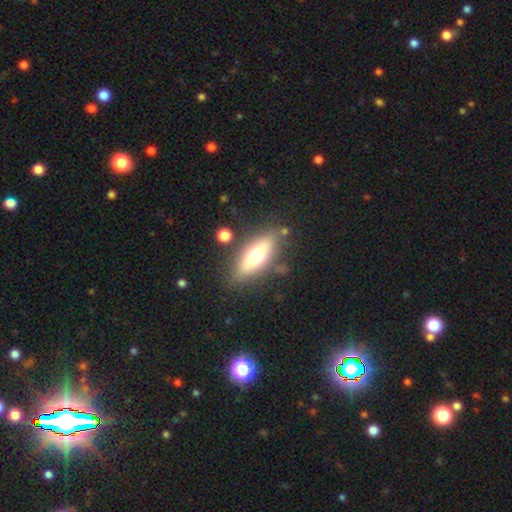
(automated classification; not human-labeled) This is possibly a smooth galaxy (56%). How rounded: likely in between (62%). Merging: likely none (79%).